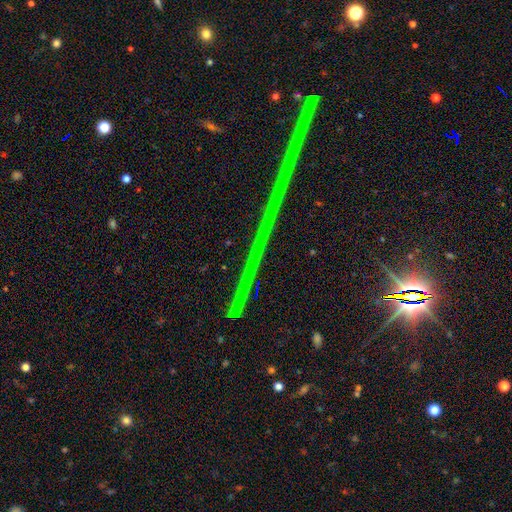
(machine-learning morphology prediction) This is clearly a star or artifact rather than a galaxy (84%).